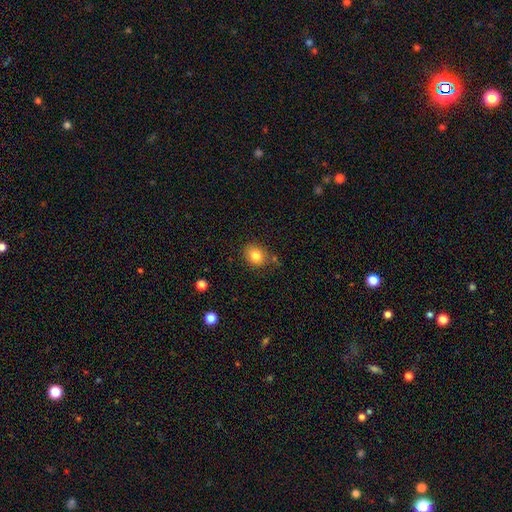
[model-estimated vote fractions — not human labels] This is clearly a smooth galaxy (82%). How rounded: likely round (62%). Merging: likely none (74%).